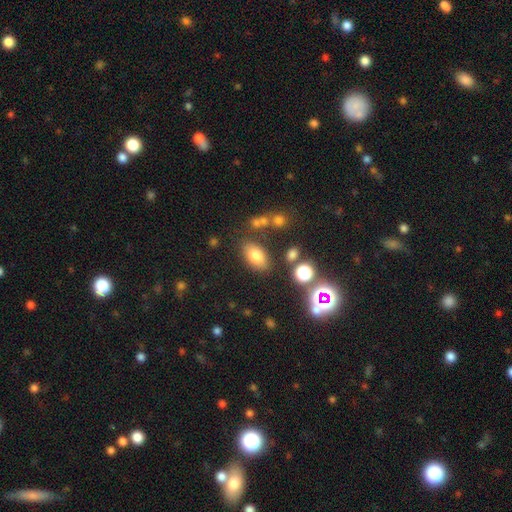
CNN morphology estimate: Overall: smooth (76%). How rounded: in between (87%). Merging: none (78%).